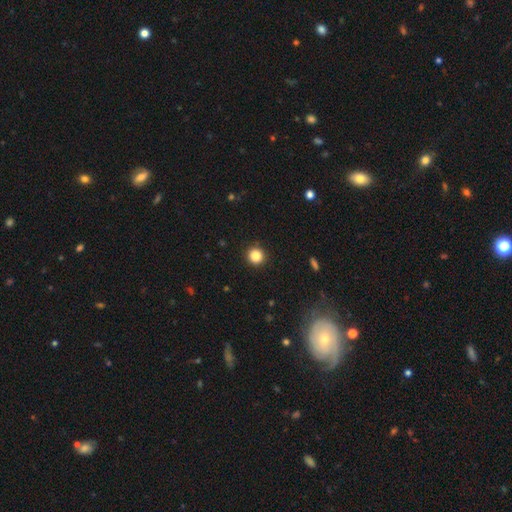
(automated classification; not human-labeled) This appears to be a smooth galaxy with no disk features (85%) that is round (95%). Merging: none (92%).